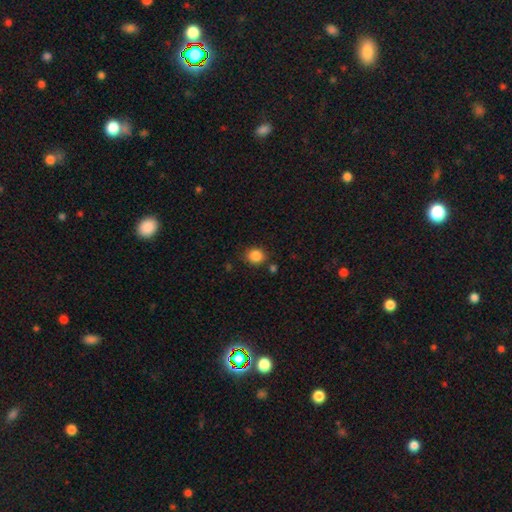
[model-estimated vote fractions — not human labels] Smooth or featured?
  - smooth: 86% *
  - star or artifact: 10%
  - featured or disk: 4%
How rounded?
  - round: 78% *
  - in between: 21%
  - cigar-shaped: 1%
Merging?
  - none: 82% *
  - minor disturbance: 11%
  - merger: 4%
  - major disturbance: 3%